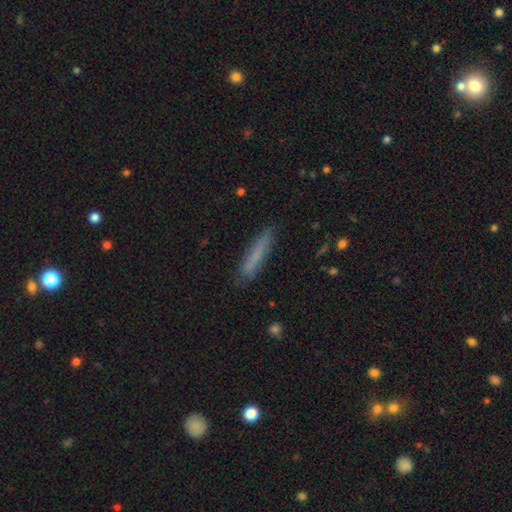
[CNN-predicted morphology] Smooth or featured?
  - smooth: 73% *
  - featured or disk: 20%
  - star or artifact: 7%
How rounded?
  - cigar-shaped: 91% *
  - in between: 7%
  - round: 1%
Merging?
  - none: 85% *
  - minor disturbance: 11%
  - major disturbance: 2%
  - merger: 1%